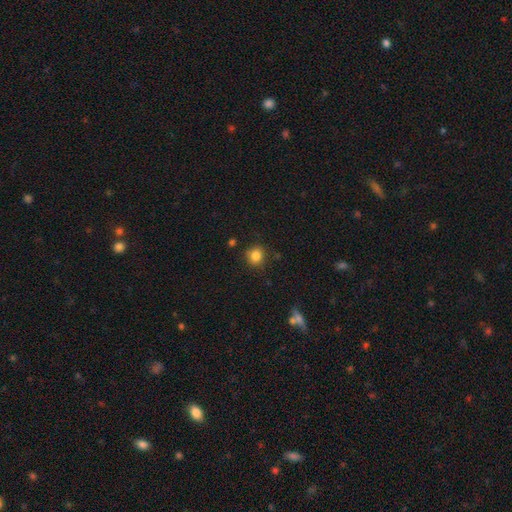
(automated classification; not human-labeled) smooth-or-featured: smooth: 83% | star or artifact: 11% | featured or disk: 5%
  how-rounded: round: 82% | in between: 17% | cigar-shaped: 1%
  merging: none: 82% | minor disturbance: 12% | major disturbance: 3% | merger: 3%